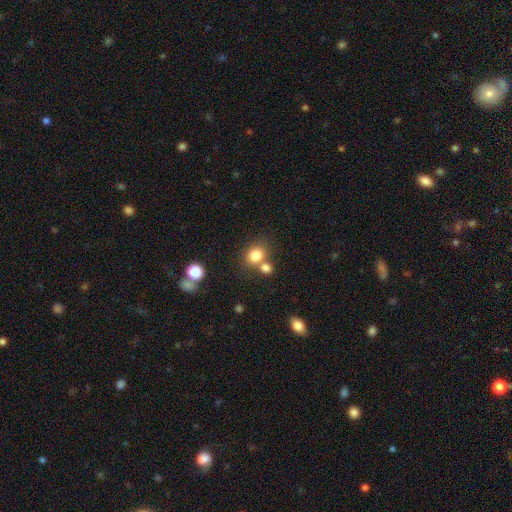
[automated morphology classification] Q: Smooth or featured?
A: smooth (81%); runner-up: star or artifact (12%)
Q: How rounded?
A: round (69%); runner-up: in between (30%)
Q: Merging?
A: none (56%); runner-up: merger (31%)